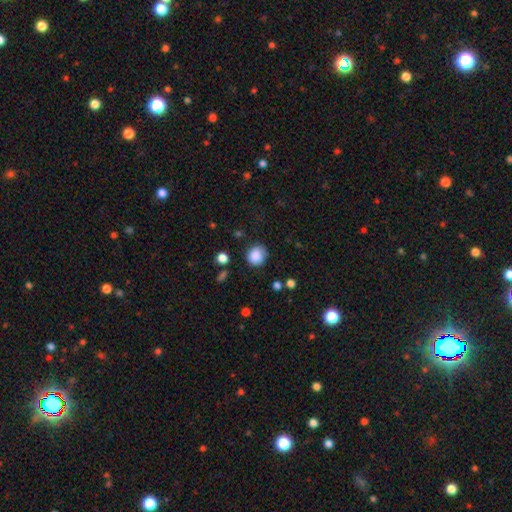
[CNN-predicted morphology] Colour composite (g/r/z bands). It shows a smooth galaxy with no disk features (86%) that is round (82%). Merging: none (76%).